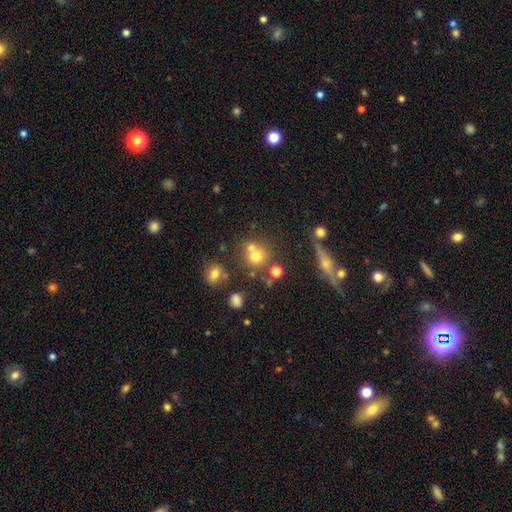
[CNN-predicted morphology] Overall: smooth (67%). How rounded: round (87%). Merging: none (53%; merger 33%).